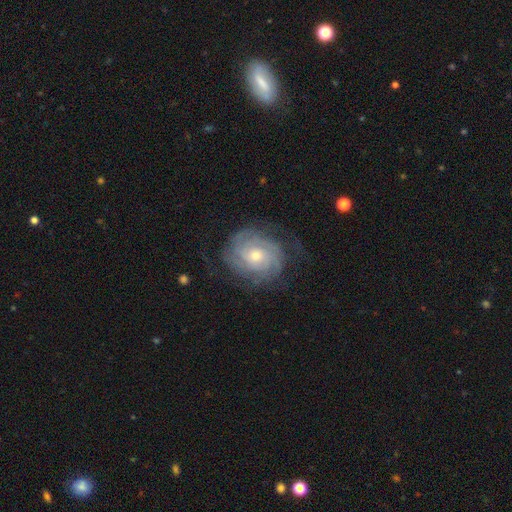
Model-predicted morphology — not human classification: Smooth or featured: featured or disk — 82% (smooth — 11%)
Edge-on disk: no — 97% (yes — 3%)
Bar: no — 73% (weak — 22%)
Spiral arms: yes — 95% (no — 5%)
Spiral winding: tight — 73% (medium — 21%)
Spiral arm count: can't tell — 39% (2 — 22%)
Bulge size: small — 48% (tied with moderate — 48%)
Merging: none — 71% (minor disturbance — 18%)